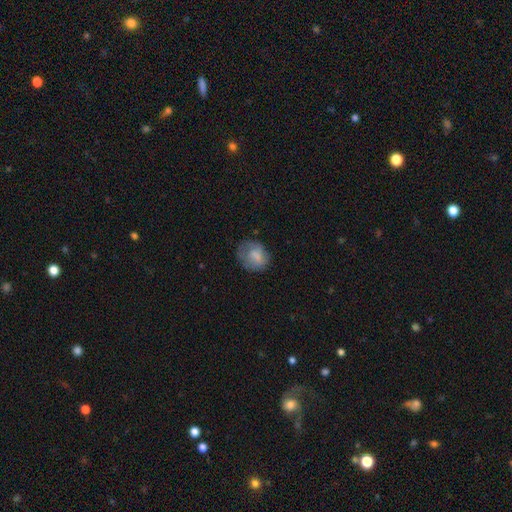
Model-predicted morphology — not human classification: Smooth or featured? Predicted: smooth (p=0.71). How rounded? Predicted: round (p=0.55). Merging? Predicted: none (p=0.55).